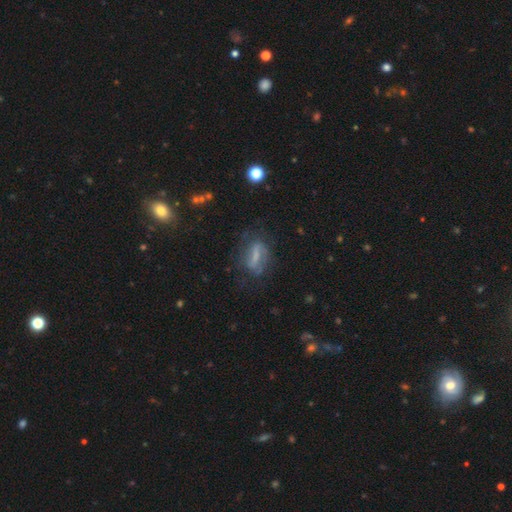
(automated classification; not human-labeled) Morphology: type=featured or disk (49%); merging=none (62%).